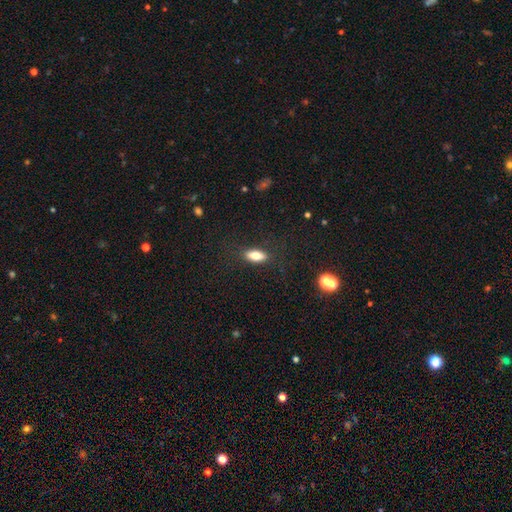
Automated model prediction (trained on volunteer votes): The model was most divided on "how rounded": in between: 78%, cigar-shaped: 18%, round: 3%. More confident: merging — none (85%); smooth or featured — smooth (76%).